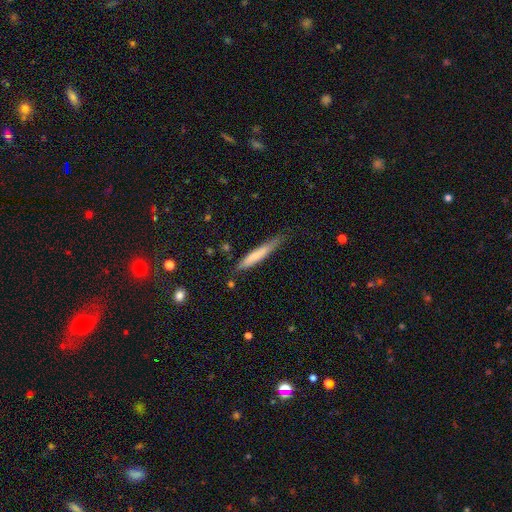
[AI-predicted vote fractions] Smooth or featured? Predicted: smooth (p=0.67). How rounded? Predicted: cigar-shaped (p=0.92). Merging? Predicted: none (p=0.71).